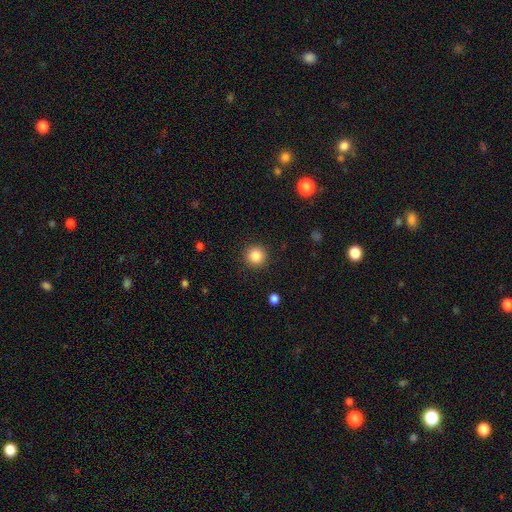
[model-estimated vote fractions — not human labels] Overall: smooth (85%). How rounded: round (95%). Merging: none (92%).